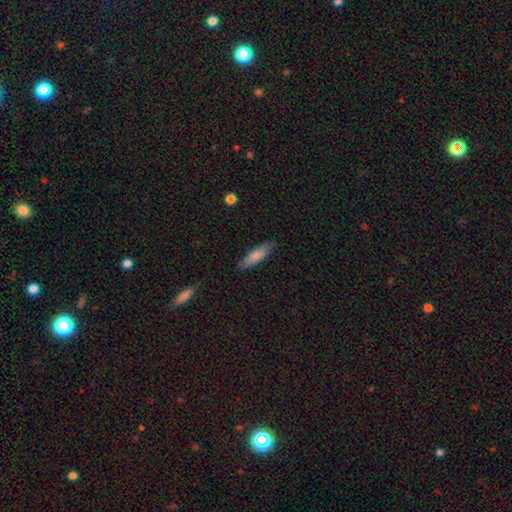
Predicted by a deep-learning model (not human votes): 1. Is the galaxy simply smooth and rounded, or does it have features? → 78% smooth, 16% featured or disk, 6% star or artifact.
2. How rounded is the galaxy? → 61% cigar-shaped, 37% in between, 2% round.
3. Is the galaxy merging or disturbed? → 83% none, 13% minor disturbance, 2% major disturbance, 1% merger.